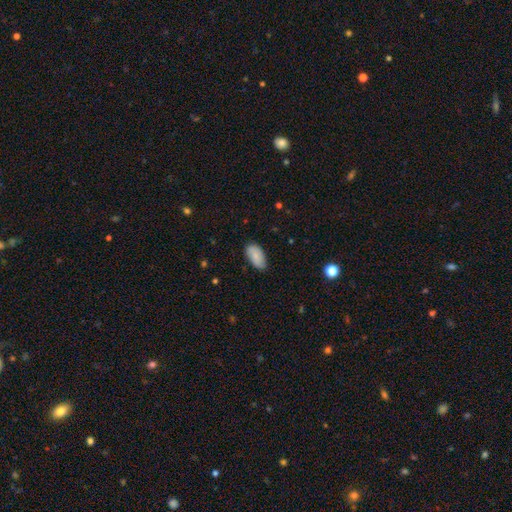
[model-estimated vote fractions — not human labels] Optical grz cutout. It shows a smooth galaxy with no disk features (80%) that is in between round and cigar-shaped (95%). Merging: none (78%).